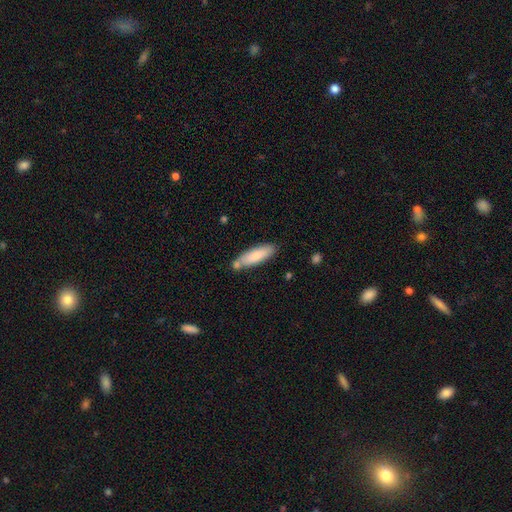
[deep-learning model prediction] smooth-or-featured: smooth: 79% | featured or disk: 15% | star or artifact: 6%
  how-rounded: cigar-shaped: 55% | in between: 44% | round: 1%
  merging: none: 67% | minor disturbance: 16% | merger: 14% | major disturbance: 3%